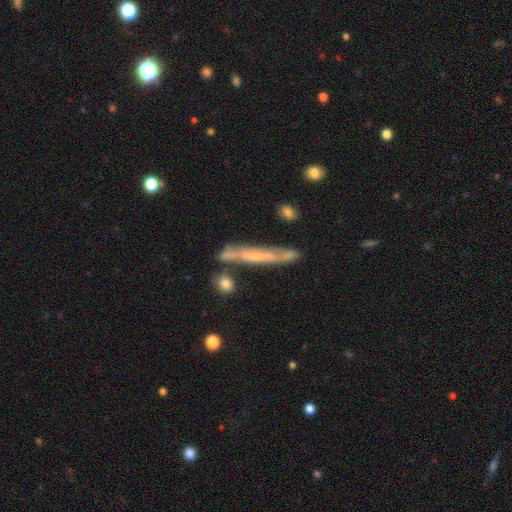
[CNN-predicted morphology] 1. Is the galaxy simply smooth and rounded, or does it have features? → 59% featured or disk, 33% smooth, 7% star or artifact.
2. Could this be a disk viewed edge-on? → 78% yes, 22% no.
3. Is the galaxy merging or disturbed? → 65% none, 19% minor disturbance, 10% merger, 6% major disturbance.